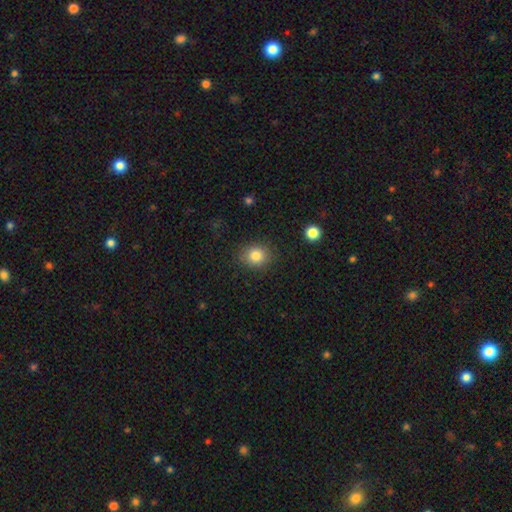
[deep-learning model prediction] A smooth galaxy with no disk features (82%) that is round (71%).

Vote fractions:
- Smooth or featured? smooth: 82% / star or artifact: 11% / featured or disk: 7%
- How rounded? round: 71% / in between: 28% / cigar-shaped: 1%
- Merging? none: 86% / minor disturbance: 10% / major disturbance: 3% / merger: 1%